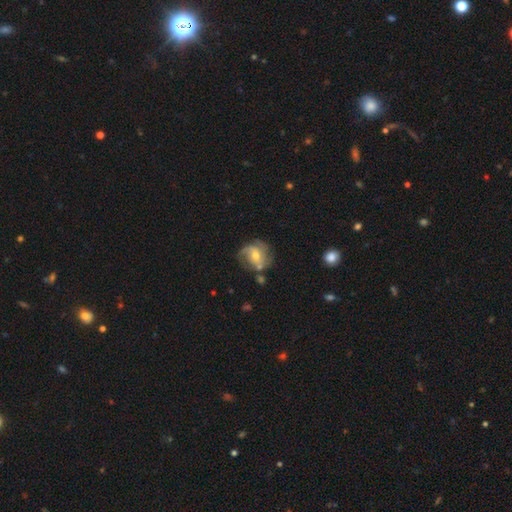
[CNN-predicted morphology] A featured or disk galaxy (69%) with no bar (48%), 2 (43%) medium (45%) spiral arms (89%) and a moderate central bulge (58%). Merging: none (58%).